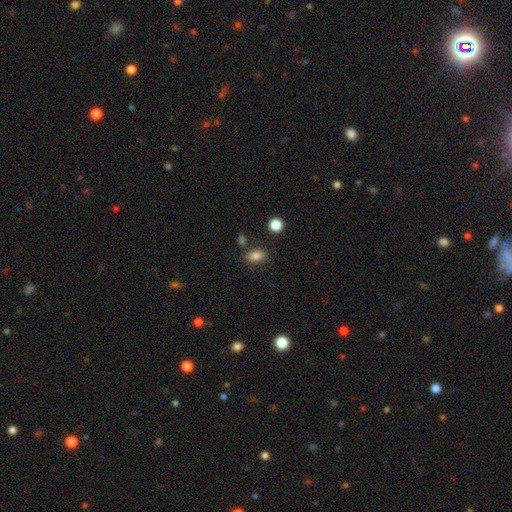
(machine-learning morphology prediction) Smooth or featured: smooth — 82% (star or artifact — 10%)
How rounded: in between — 83% (round — 15%)
Merging: none — 79% (minor disturbance — 12%)